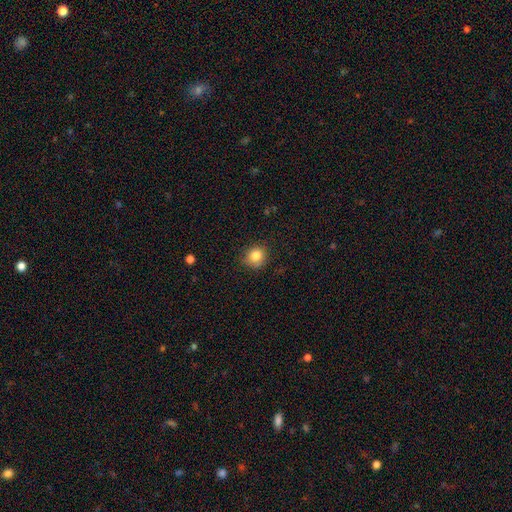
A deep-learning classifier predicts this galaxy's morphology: Smooth or featured: smooth — 83% (star or artifact — 11%)
How rounded: round — 80% (in between — 19%)
Merging: none — 82% (minor disturbance — 14%)